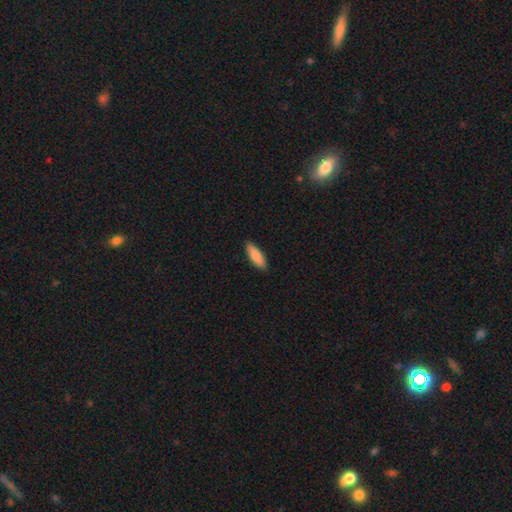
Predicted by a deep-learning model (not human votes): smooth 85%, featured or disk 10%, star or artifact 5%. Down the decision tree: how rounded — in between (53%); merging — none (88%).